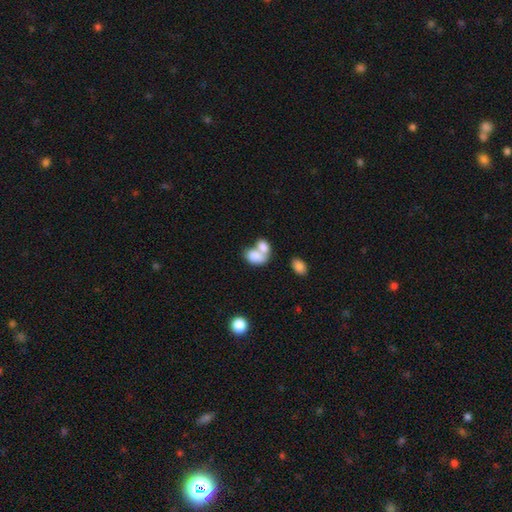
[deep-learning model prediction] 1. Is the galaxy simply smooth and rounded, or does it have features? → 78% smooth, 15% featured or disk, 8% star or artifact.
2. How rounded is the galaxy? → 81% in between, 18% round, 1% cigar-shaped.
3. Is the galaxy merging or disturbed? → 68% merger, 18% none, 8% minor disturbance, 6% major disturbance.